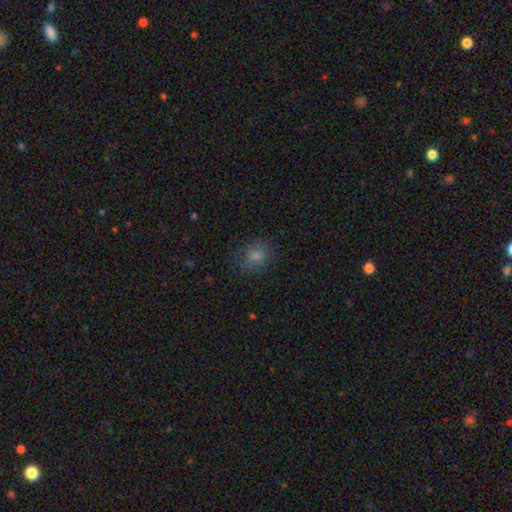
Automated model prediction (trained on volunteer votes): Smooth or featured: smooth — 72% (star or artifact — 18%)
How rounded: round — 60% (in between — 39%)
Merging: none — 79% (minor disturbance — 15%)